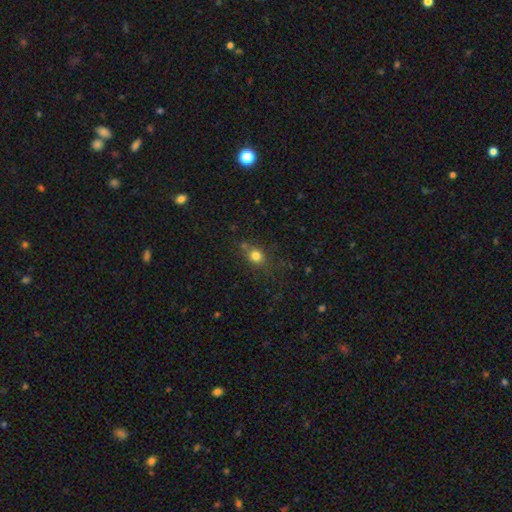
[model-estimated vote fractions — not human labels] Smooth or featured: smooth — 77% (star or artifact — 15%)
How rounded: round — 74% (in between — 25%)
Merging: none — 69% (minor disturbance — 17%)